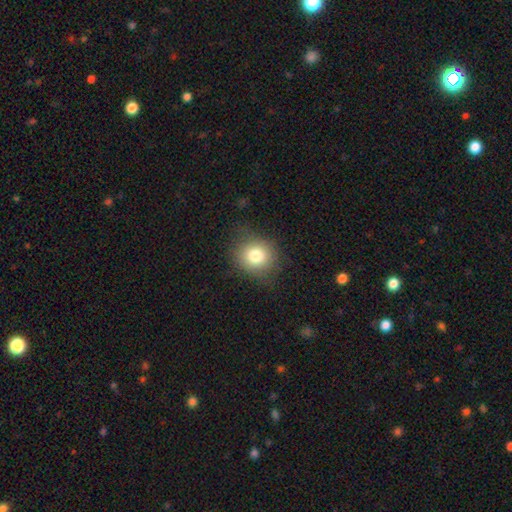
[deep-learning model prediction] A smooth galaxy with no disk features (79%) that is round (80%).

Vote fractions:
- Smooth or featured? smooth: 79% / star or artifact: 11% / featured or disk: 10%
- How rounded? round: 80% / in between: 19% / cigar-shaped: 1%
- Merging? none: 78% / minor disturbance: 15% / major disturbance: 6% / merger: 1%